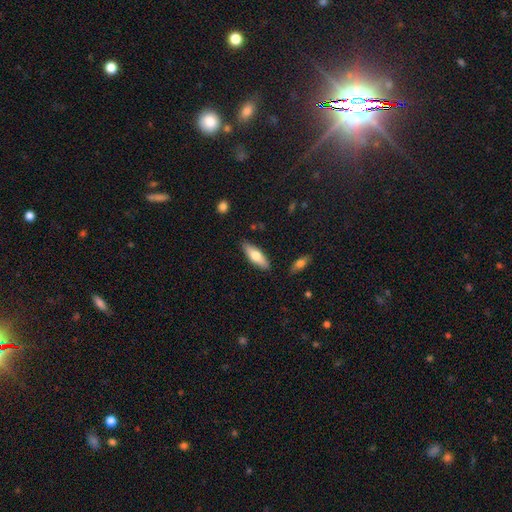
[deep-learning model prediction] Morphology: type=smooth (62%); roundness=in between (52%); merging=none (85%).